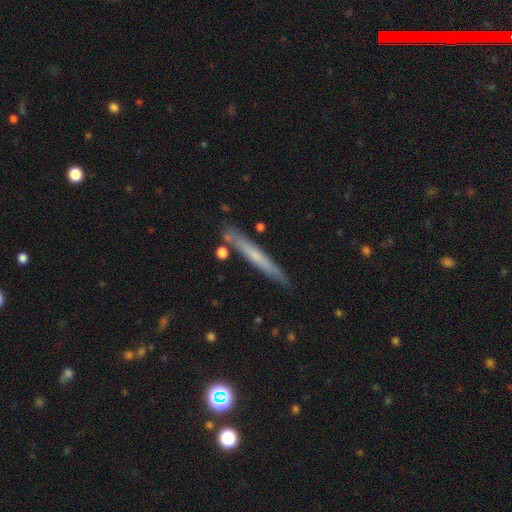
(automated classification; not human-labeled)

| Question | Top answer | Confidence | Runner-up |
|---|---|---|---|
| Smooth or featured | smooth | 48% | featured or disk (46%) |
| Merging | none | 83% | minor disturbance (12%) |